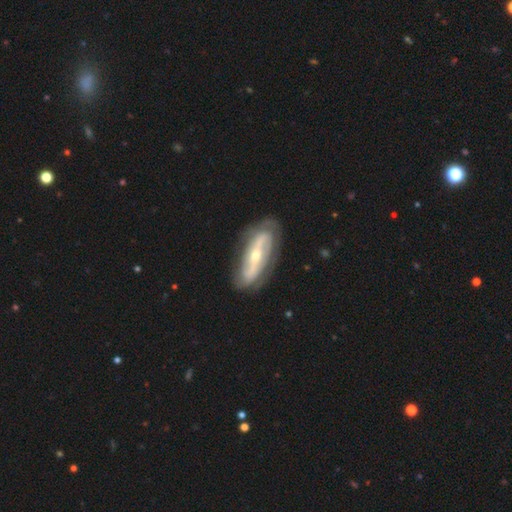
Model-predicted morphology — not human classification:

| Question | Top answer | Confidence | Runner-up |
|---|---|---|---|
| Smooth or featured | featured or disk | 80% | smooth (15%) |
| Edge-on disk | no | 86% | yes (14%) |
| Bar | strong | 49% | no (28%) |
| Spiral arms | yes | 81% | no (19%) |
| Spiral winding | tight | 43% | medium (33%) |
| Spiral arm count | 2 | 71% | can't tell (19%) |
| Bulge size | small | 50% | moderate (46%) |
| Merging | none | 77% | minor disturbance (16%) |